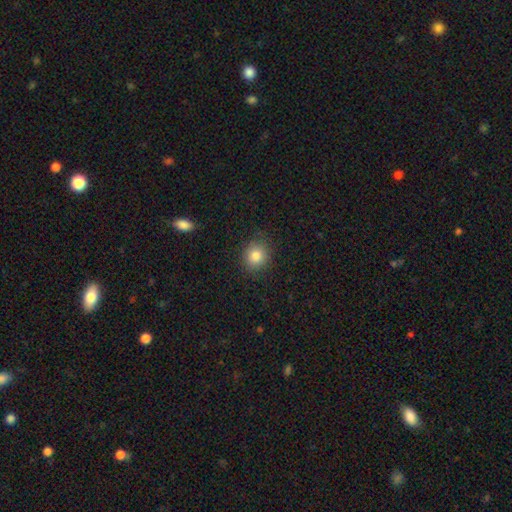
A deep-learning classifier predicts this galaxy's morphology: smooth_or_featured: smooth (p=0.83) [alt: star or artifact p=0.11]
how_rounded: round (p=0.78) [alt: in between p=0.21]
merging: none (p=0.87) [alt: minor disturbance p=0.09]